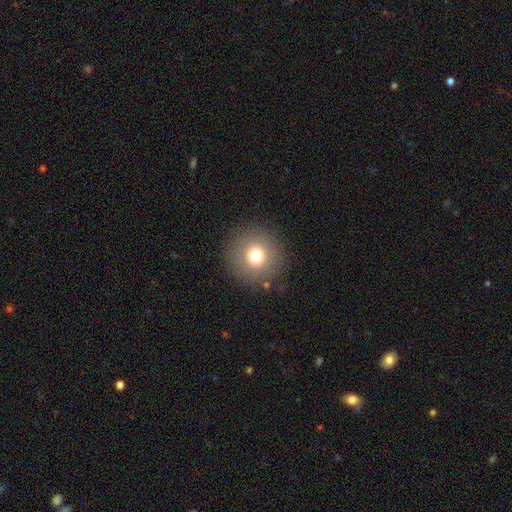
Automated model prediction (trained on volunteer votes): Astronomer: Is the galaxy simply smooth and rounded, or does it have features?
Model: smooth — 75%.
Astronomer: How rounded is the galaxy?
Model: round — 95%.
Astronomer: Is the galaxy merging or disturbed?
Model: none — 88%.